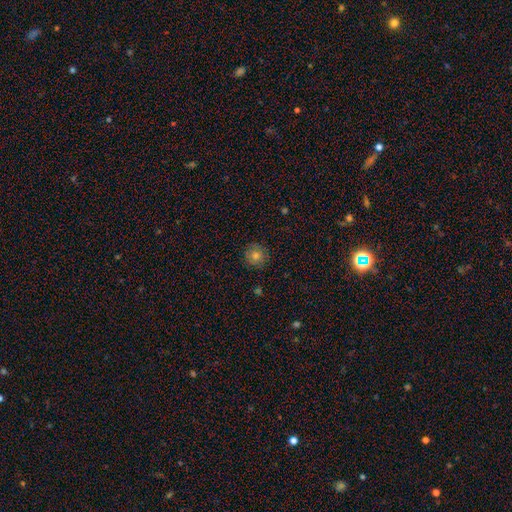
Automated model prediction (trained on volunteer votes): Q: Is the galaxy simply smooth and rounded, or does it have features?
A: smooth — 75%.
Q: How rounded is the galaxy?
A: round — 94%.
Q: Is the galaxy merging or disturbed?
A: none — 88%.